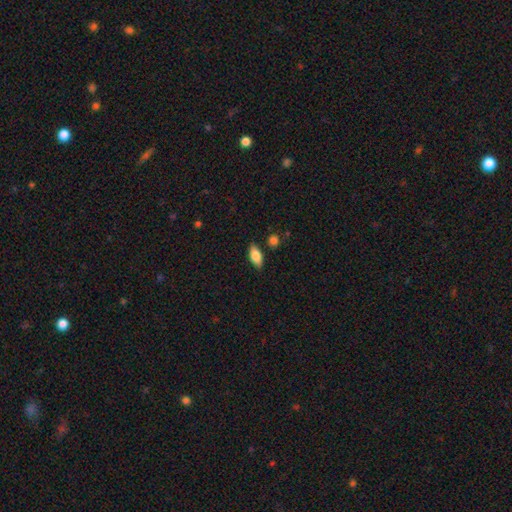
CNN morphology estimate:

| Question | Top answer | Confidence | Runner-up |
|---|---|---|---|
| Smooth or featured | smooth | 80% | featured or disk (13%) |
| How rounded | in between | 87% | cigar-shaped (9%) |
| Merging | none | 84% | minor disturbance (11%) |